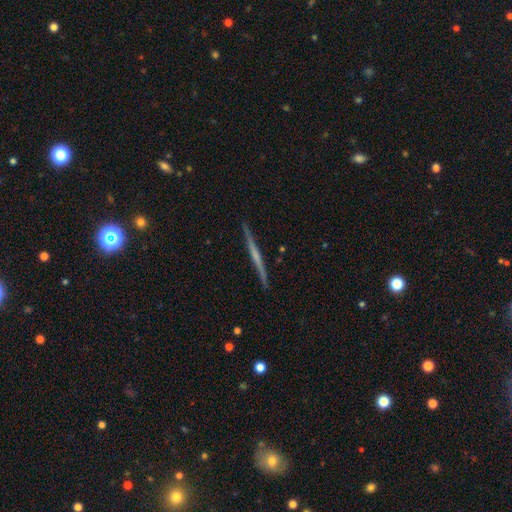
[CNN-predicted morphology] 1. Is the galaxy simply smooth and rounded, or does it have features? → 69% featured or disk, 26% smooth, 5% star or artifact.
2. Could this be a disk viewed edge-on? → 98% yes, 2% no.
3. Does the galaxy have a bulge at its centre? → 61% none, 30% rounded, 9% boxy.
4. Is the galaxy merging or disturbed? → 91% none, 7% minor disturbance, 1% major disturbance, 1% merger.